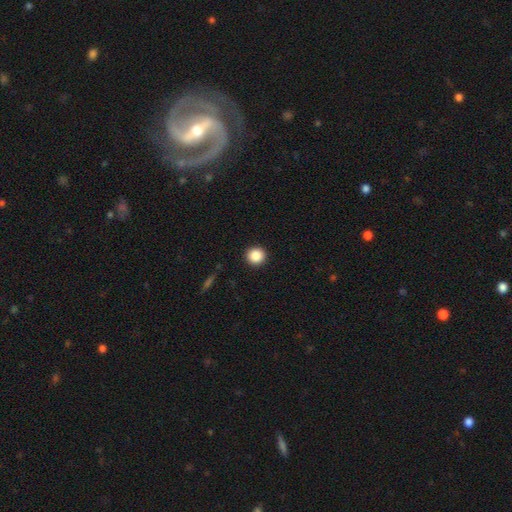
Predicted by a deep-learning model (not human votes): smooth 87%, star or artifact 9%, featured or disk 4%. Down the decision tree: how rounded — round (94%); merging — none (93%).